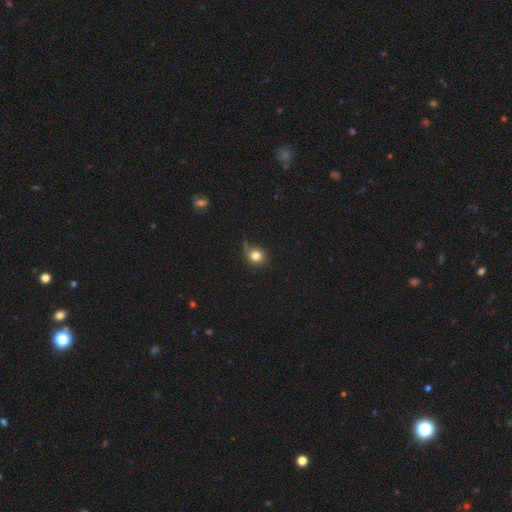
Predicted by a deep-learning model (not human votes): A smooth galaxy with no disk features (81%) that is round (85%). Merging: none (65%).